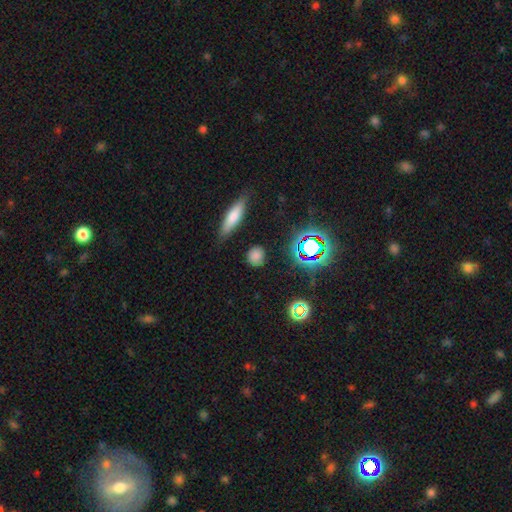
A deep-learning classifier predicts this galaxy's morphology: Smooth or featured? Predicted: smooth (p=0.76). How rounded? Predicted: round (p=0.79). Merging? Predicted: none (p=0.85).